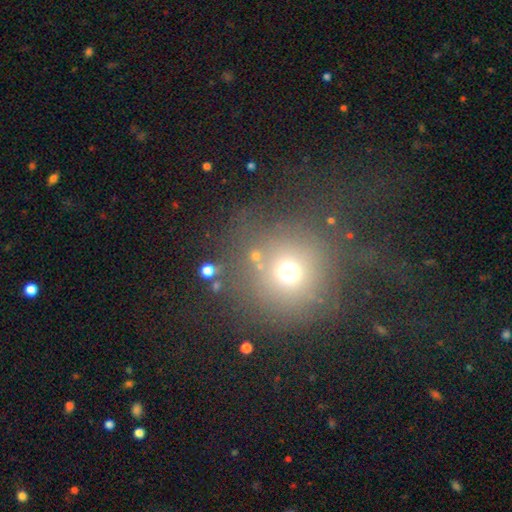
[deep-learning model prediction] A smooth galaxy with no disk features (59%) that is round (93%).

Vote fractions:
- Smooth or featured? smooth: 59% / star or artifact: 27% / featured or disk: 14%
- How rounded? round: 93% / in between: 6% / cigar-shaped: 1%
- Merging? none: 56% / major disturbance: 23% / minor disturbance: 15% / merger: 7%